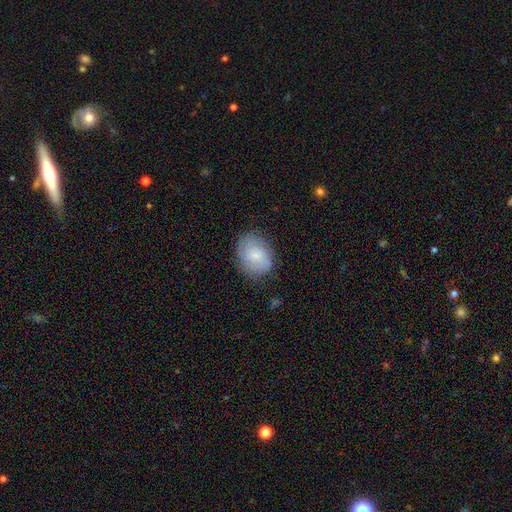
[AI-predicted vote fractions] A smooth galaxy with no disk features (59%) that is in between round and cigar-shaped (58%). Merging: none (75%).